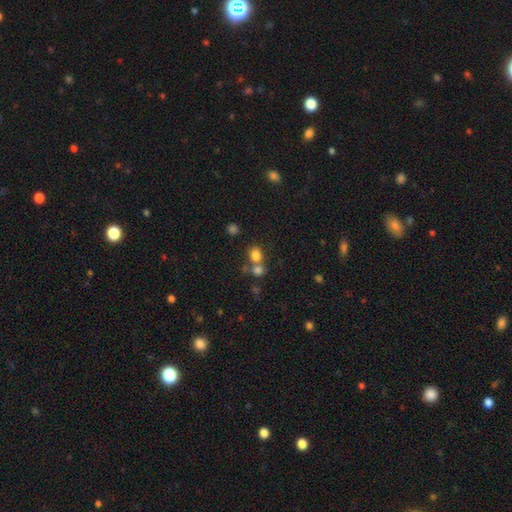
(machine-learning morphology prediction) smooth_or_featured: smooth (p=0.77) [alt: star or artifact p=0.15]
how_rounded: round (p=0.61) [alt: in between p=0.38]
merging: none (p=0.48) [alt: merger p=0.40]